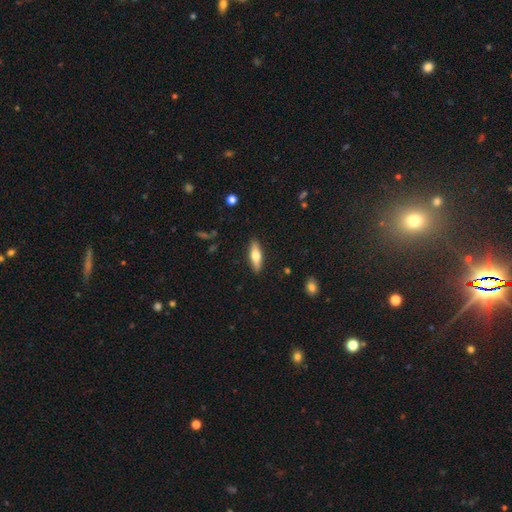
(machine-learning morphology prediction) Overall: smooth (58%; featured or disk 36%). How rounded: cigar-shaped (52%; in between 45%). Merging: none (89%).